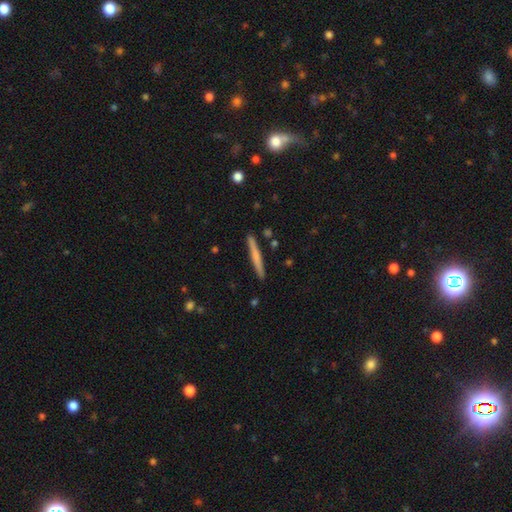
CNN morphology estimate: Overall: smooth (58%; featured or disk 37%). How rounded: cigar-shaped (96%). Merging: none (90%).